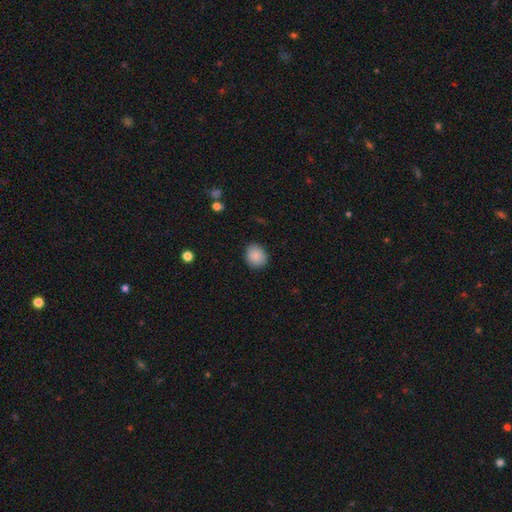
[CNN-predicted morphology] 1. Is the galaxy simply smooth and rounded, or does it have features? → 88% smooth, 8% star or artifact, 4% featured or disk.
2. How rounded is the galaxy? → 70% round, 29% in between, 1% cigar-shaped.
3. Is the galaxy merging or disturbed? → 89% none, 8% minor disturbance, 2% major disturbance, 1% merger.